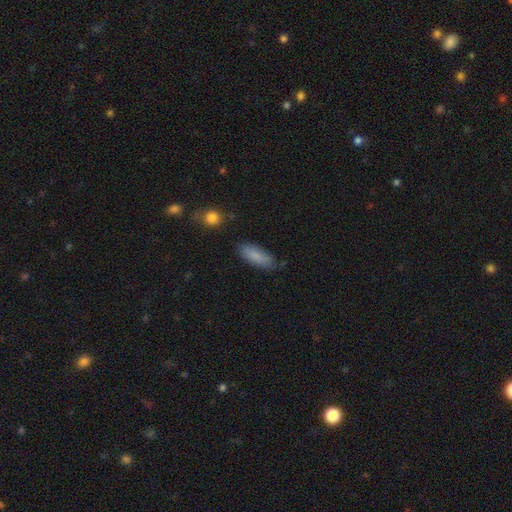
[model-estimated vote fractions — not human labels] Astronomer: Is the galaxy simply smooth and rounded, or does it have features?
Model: smooth — 85%.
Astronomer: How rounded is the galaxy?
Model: in between — 61% (runner-up: cigar-shaped, 37%).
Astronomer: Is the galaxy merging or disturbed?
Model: none — 79%.